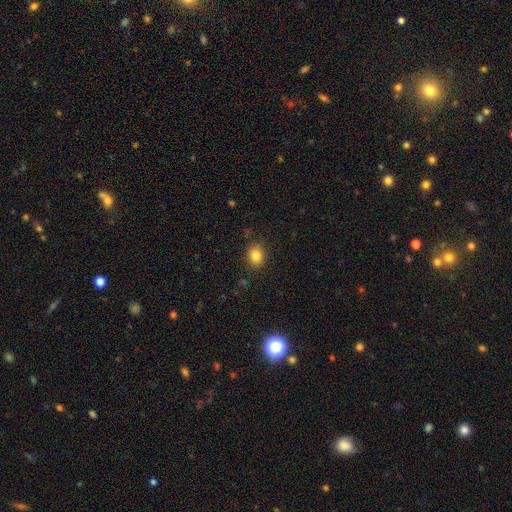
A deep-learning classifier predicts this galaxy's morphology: Smooth or featured?
  - smooth: 84% *
  - star or artifact: 10%
  - featured or disk: 6%
How rounded?
  - in between: 54% *
  - round: 45%
  - cigar-shaped: 1%
Merging?
  - none: 84% *
  - minor disturbance: 11%
  - major disturbance: 3%
  - merger: 1%